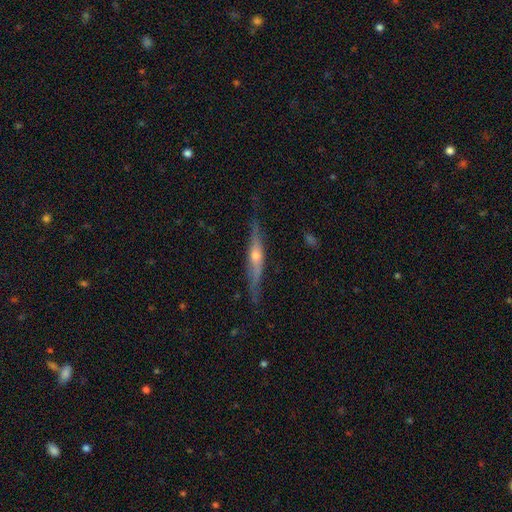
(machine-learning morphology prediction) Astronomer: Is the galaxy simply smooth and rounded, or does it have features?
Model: featured or disk — 78%.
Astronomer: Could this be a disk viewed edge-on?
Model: yes — 96%.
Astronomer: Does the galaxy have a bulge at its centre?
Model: rounded — 87%.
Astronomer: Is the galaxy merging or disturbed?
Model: none — 84%.